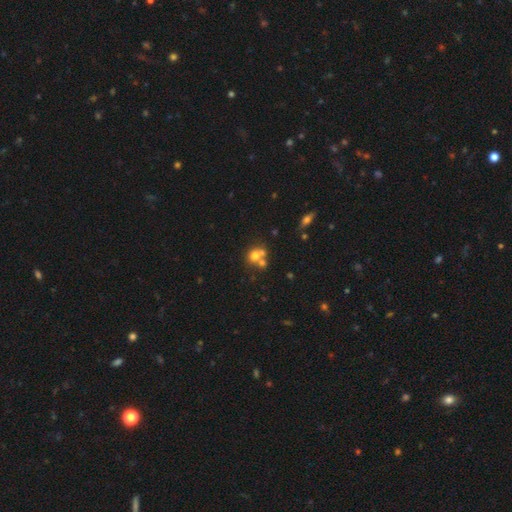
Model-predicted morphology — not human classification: Smooth or featured? Predicted: smooth (p=0.66). How rounded? Predicted: round (p=0.75). Merging? Predicted: merger (p=0.49).